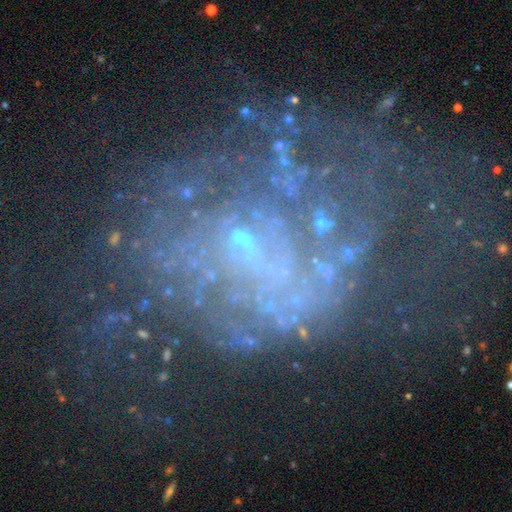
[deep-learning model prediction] smooth_or_featured: featured or disk (p=0.62) [alt: star or artifact p=0.22]
disk_edge_on: no (p=0.97) [alt: yes p=0.03]
bar: no (p=0.80) [alt: weak p=0.15]
has_spiral_arms: no (p=0.74) [alt: yes p=0.26]
bulge_size: none (p=0.52) [alt: small p=0.37]
merging: major disturbance (p=0.44) [alt: none p=0.33]